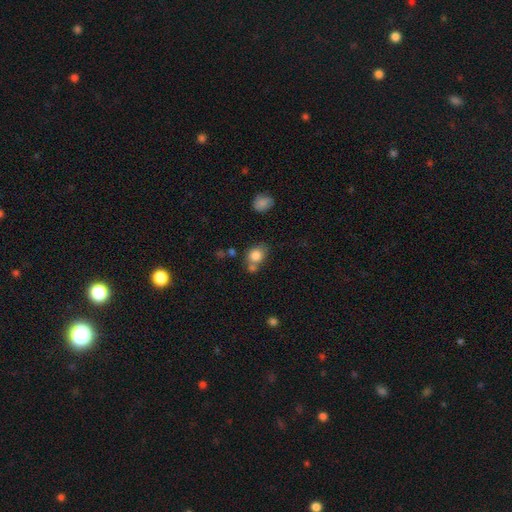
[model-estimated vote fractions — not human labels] Q: Smooth or featured?
A: smooth (82%); runner-up: star or artifact (10%)
Q: How rounded?
A: round (55%); runner-up: in between (44%)
Q: Merging?
A: none (54%); runner-up: merger (25%)